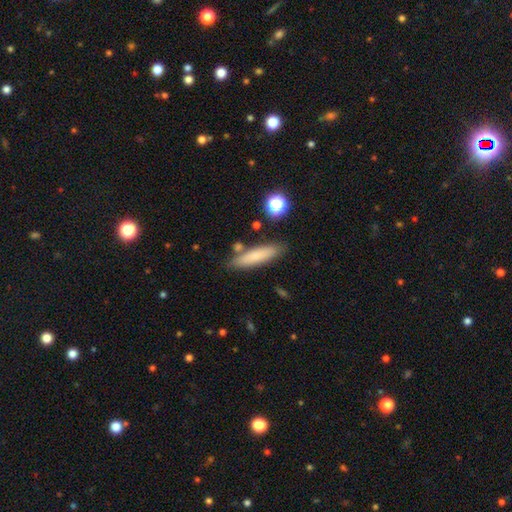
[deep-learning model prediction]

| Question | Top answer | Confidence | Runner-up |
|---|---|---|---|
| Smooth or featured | smooth | 77% | featured or disk (16%) |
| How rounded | cigar-shaped | 77% | in between (21%) |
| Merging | none | 79% | minor disturbance (12%) |